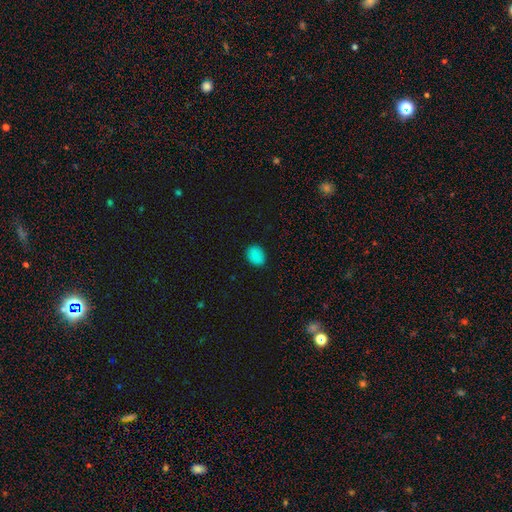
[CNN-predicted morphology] A smooth galaxy with no disk features (86%) that is in between round and cigar-shaped (67%). Merging: none (87%).